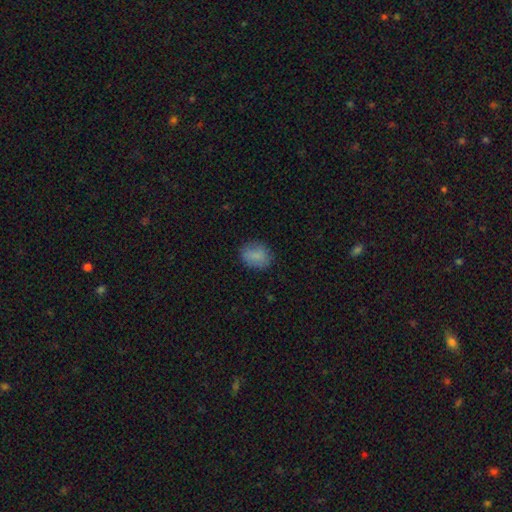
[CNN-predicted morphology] Overall: smooth (84%). How rounded: round (50%; in between 49%). Merging: none (80%).